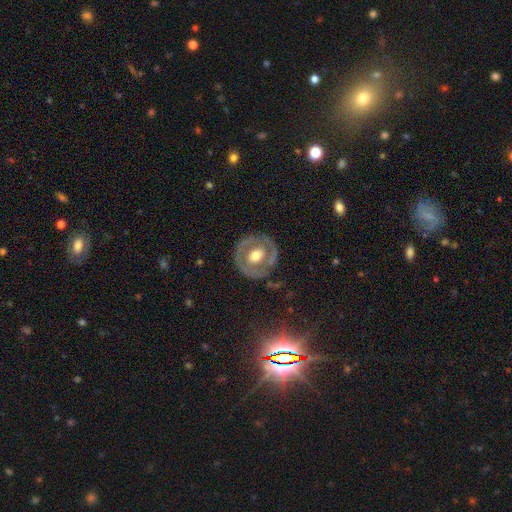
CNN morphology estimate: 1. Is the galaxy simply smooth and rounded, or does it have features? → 64% featured or disk, 31% smooth, 5% star or artifact.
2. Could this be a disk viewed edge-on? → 95% no, 5% yes.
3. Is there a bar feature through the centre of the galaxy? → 66% no, 25% weak, 9% strong.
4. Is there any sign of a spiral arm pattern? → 65% no, 35% yes.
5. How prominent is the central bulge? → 67% moderate, 22% large, 8% small, 2% dominant, 1% none.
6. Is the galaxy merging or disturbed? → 76% none, 15% minor disturbance, 7% major disturbance, 2% merger.